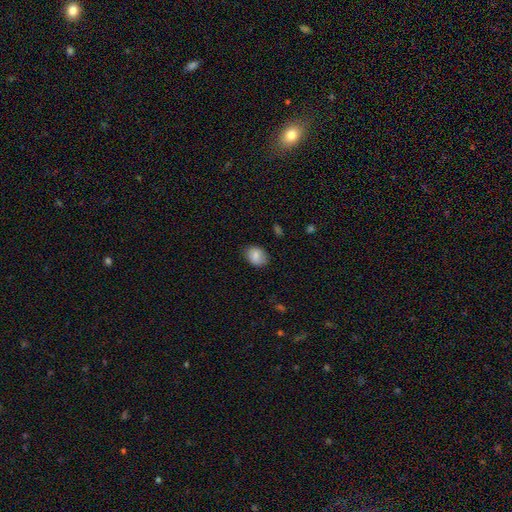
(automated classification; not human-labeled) Smooth or featured: smooth — 82% (featured or disk — 10%)
How rounded: in between — 64% (round — 35%)
Merging: none — 81% (minor disturbance — 15%)